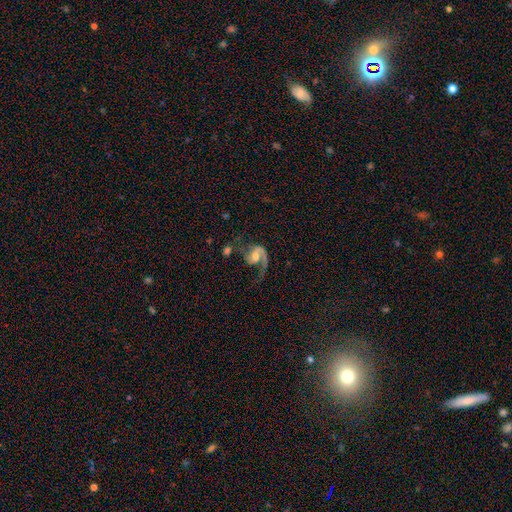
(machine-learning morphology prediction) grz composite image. It shows a featured or disk galaxy (85%) with no bar (44%), 1 (50%) loose (46%) spiral arms (95%) and a moderate central bulge (54%). Merging: none (40%).